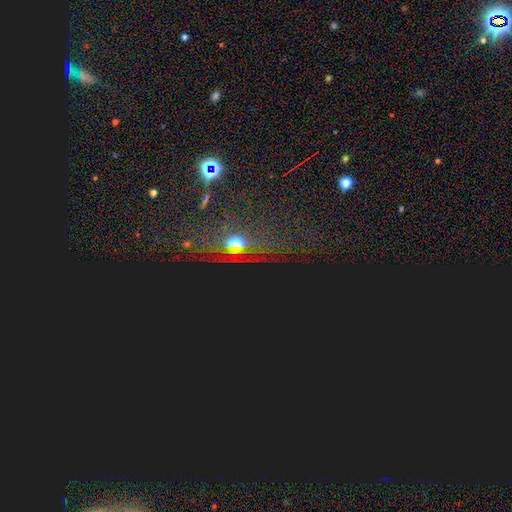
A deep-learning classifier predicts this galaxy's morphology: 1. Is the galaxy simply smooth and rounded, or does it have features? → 58% star or artifact, 27% smooth, 15% featured or disk.